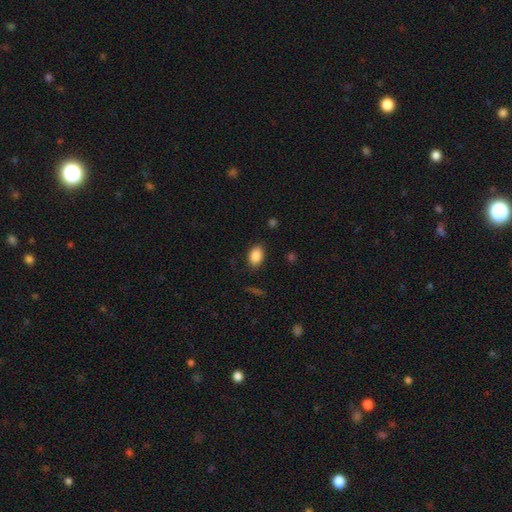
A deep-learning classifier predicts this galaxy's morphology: Overall: smooth (88%). How rounded: in between (85%). Merging: none (85%).